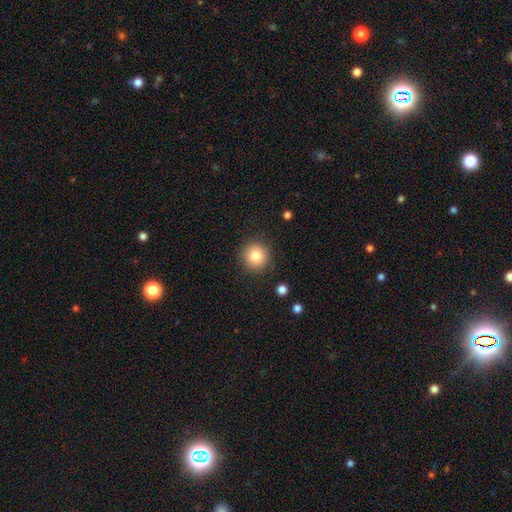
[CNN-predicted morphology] type=smooth (82%); roundness=round (94%); merging=none (89%).